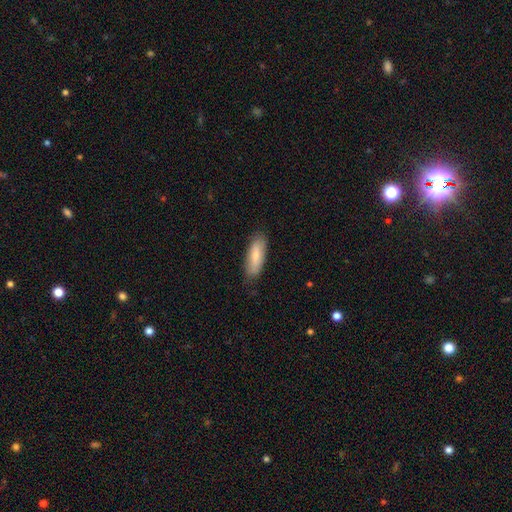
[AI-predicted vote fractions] This appears to be a smooth galaxy with no disk features (77%) that is in between round and cigar-shaped (58%). Merging: none (82%).